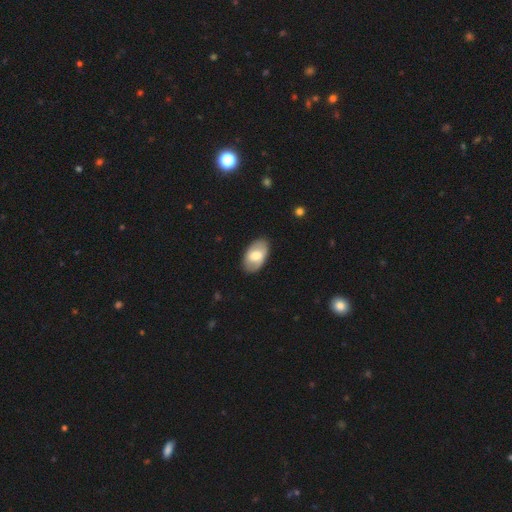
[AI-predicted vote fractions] Smooth or featured? smooth (62%)
How rounded? in between (93%)
Merging? none (84%)